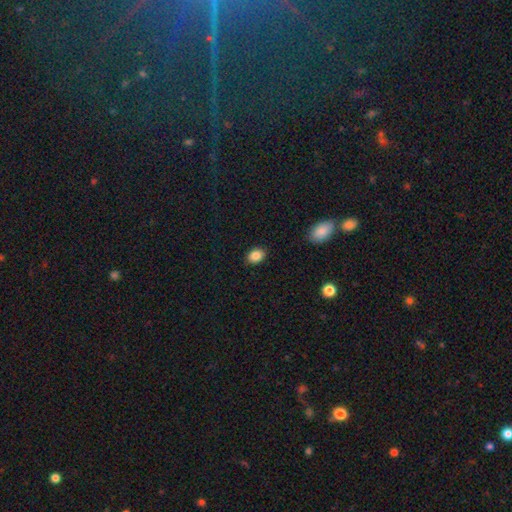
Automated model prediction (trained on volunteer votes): The model was most divided on "how rounded": in between: 67%, round: 32%, cigar-shaped: 1%. More confident: merging — none (88%); smooth or featured — smooth (86%).